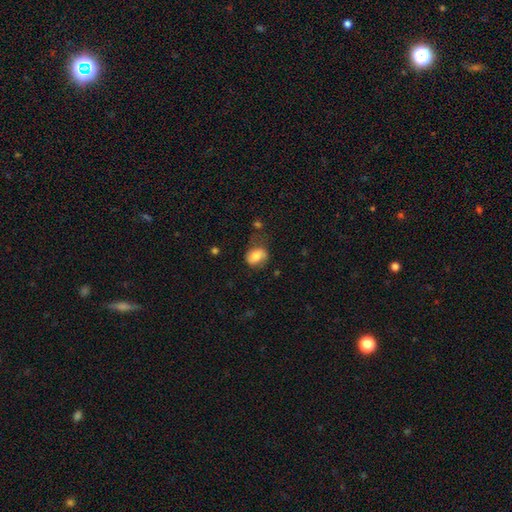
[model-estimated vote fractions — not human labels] smooth_or_featured: smooth (p=0.65) [alt: featured or disk p=0.27]
how_rounded: in between (p=0.66) [alt: round p=0.32]
merging: none (p=0.57) [alt: minor disturbance p=0.27]